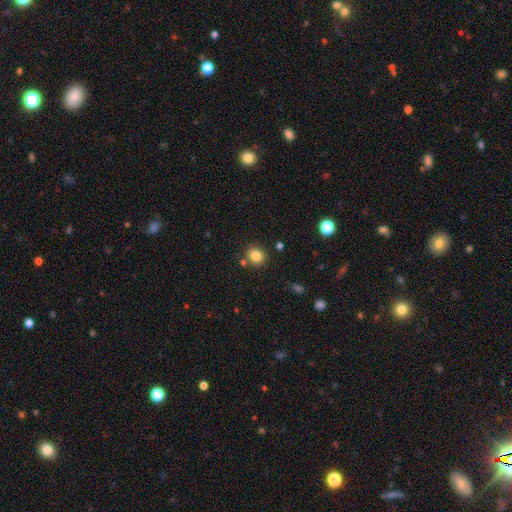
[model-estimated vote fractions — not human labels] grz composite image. It shows a smooth galaxy with no disk features (84%) that is round (75%). Merging: none (80%).